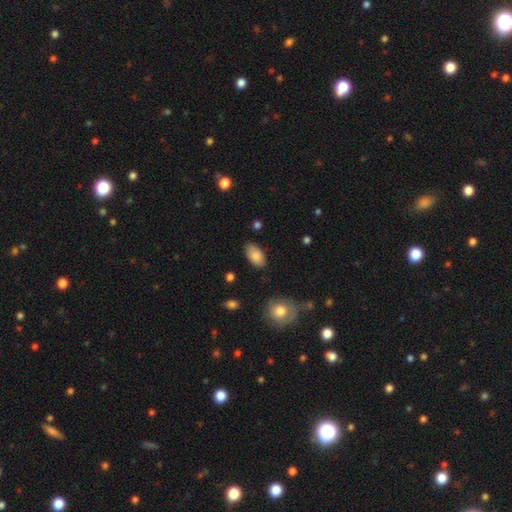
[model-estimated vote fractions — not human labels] Smooth or featured?
  - smooth: 84% *
  - featured or disk: 9%
  - star or artifact: 7%
How rounded?
  - in between: 94% *
  - round: 4%
  - cigar-shaped: 2%
Merging?
  - none: 83% *
  - minor disturbance: 12%
  - major disturbance: 3%
  - merger: 2%